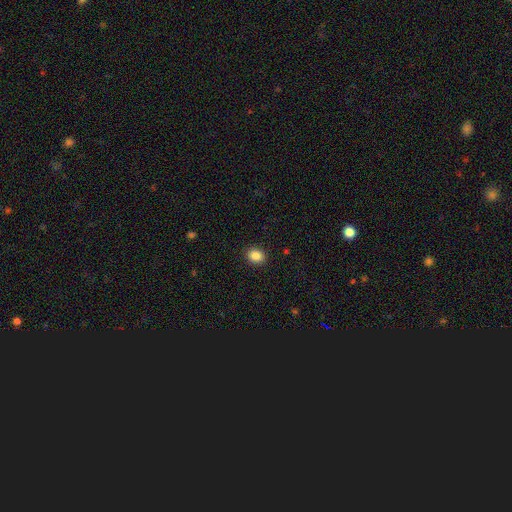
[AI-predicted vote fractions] smooth_or_featured: smooth (p=0.87) [alt: star or artifact p=0.09]
how_rounded: in between (p=0.54) [alt: round p=0.46]
merging: none (p=0.91) [alt: minor disturbance p=0.06]